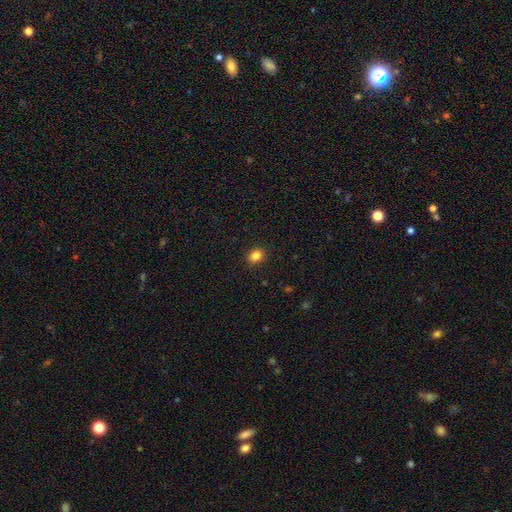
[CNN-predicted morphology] Q: Smooth or featured?
A: smooth (85%); runner-up: star or artifact (10%)
Q: How rounded?
A: in between (55%); runner-up: round (43%)
Q: Merging?
A: none (89%); runner-up: minor disturbance (8%)